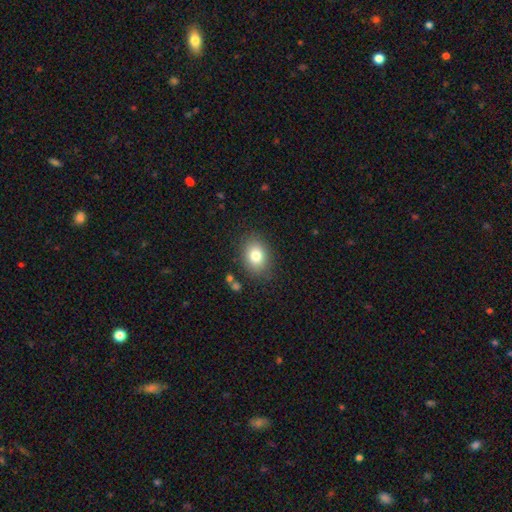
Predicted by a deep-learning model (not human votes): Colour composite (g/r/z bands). It shows a smooth galaxy with no disk features (80%) that is in between round and cigar-shaped (62%). Merging: none (84%).